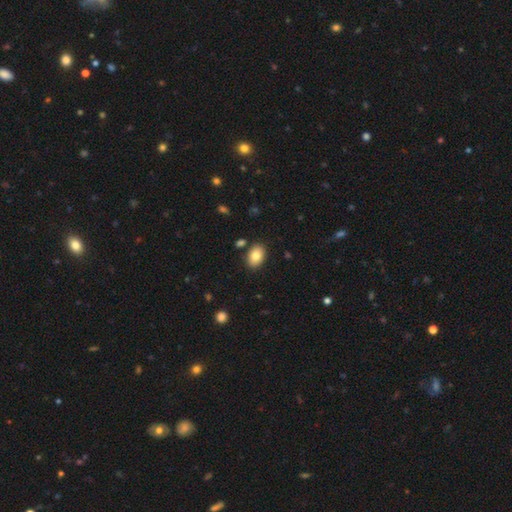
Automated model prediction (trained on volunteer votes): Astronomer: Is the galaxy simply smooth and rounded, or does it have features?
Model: smooth — 83%.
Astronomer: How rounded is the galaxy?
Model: in between — 85%.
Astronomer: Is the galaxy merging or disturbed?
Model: none — 86%.